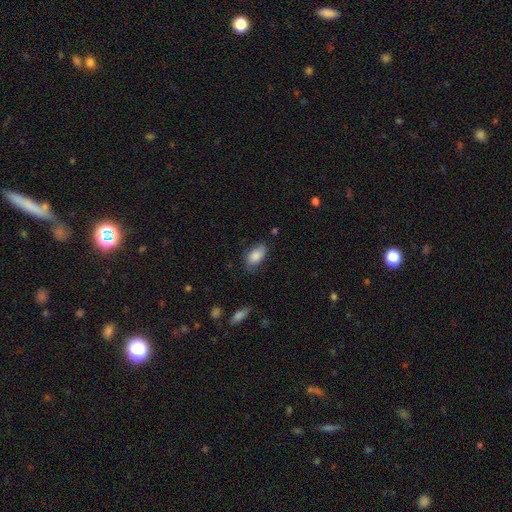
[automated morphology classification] This appears to be a smooth galaxy with no disk features (84%) that is in between round and cigar-shaped (92%). Merging: none (69%).